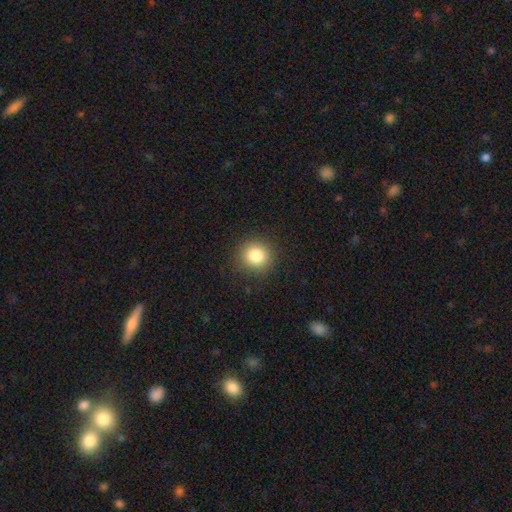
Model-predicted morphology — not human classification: Q: Smooth or featured?
A: smooth (83%); runner-up: star or artifact (11%)
Q: How rounded?
A: round (90%); runner-up: in between (9%)
Q: Merging?
A: none (90%); runner-up: minor disturbance (6%)